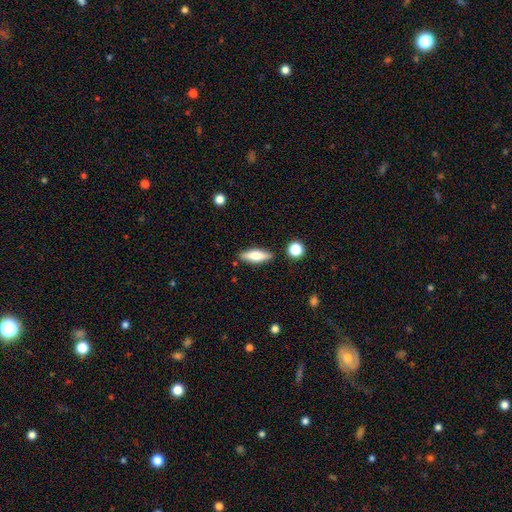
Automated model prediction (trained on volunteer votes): Smooth or featured: smooth — 61% (featured or disk — 32%)
How rounded: in between — 53% (cigar-shaped — 44%)
Merging: none — 84% (minor disturbance — 10%)